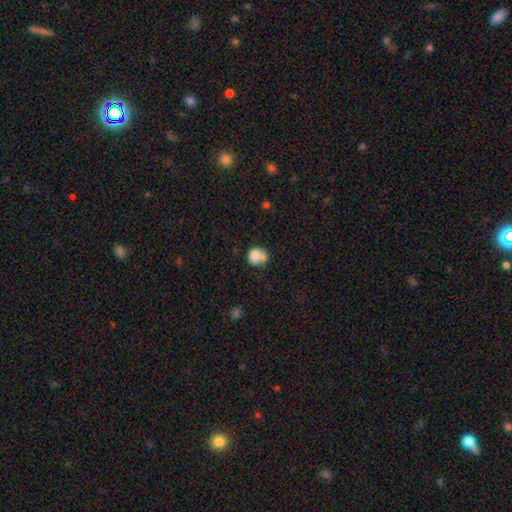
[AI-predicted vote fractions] A smooth galaxy with no disk features (76%) that is round (67%).

Vote fractions:
- Smooth or featured? smooth: 76% / featured or disk: 15% / star or artifact: 10%
- How rounded? round: 67% / in between: 32% / cigar-shaped: 1%
- Merging? none: 39% / merger: 33% / minor disturbance: 19% / major disturbance: 10%